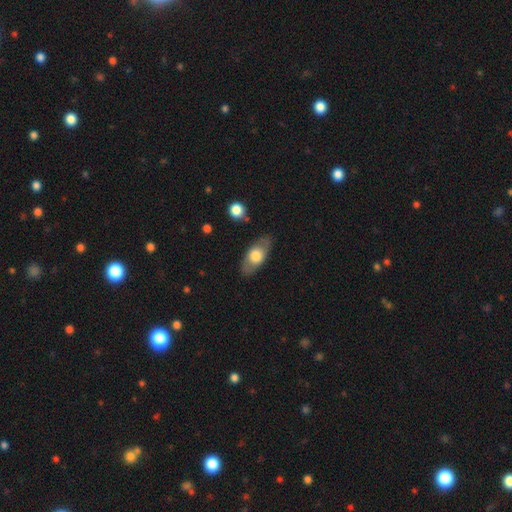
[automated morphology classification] A smooth galaxy with no disk features (60%) that is in between round and cigar-shaped (84%). Merging: none (80%).